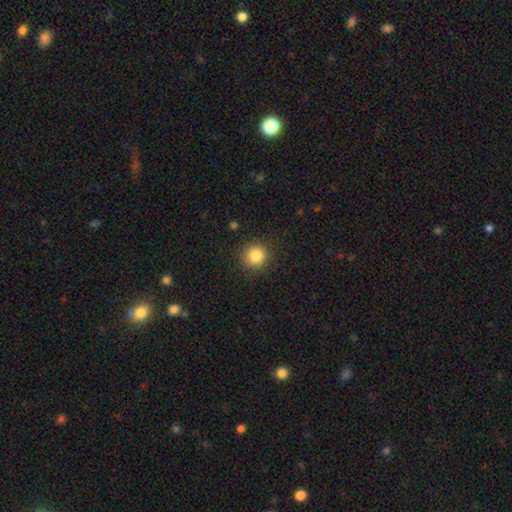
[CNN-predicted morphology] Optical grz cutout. It shows a smooth galaxy with no disk features (85%) that is round (93%). Merging: none (89%).